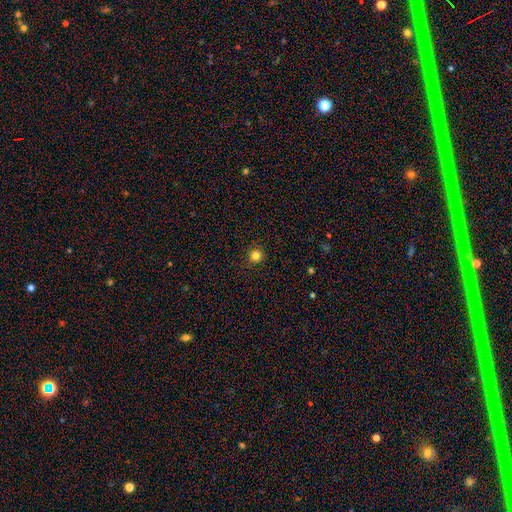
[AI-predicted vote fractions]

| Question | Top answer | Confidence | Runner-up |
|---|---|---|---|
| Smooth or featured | smooth | 82% | star or artifact (14%) |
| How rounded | round | 94% | in between (5%) |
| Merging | none | 91% | minor disturbance (6%) |